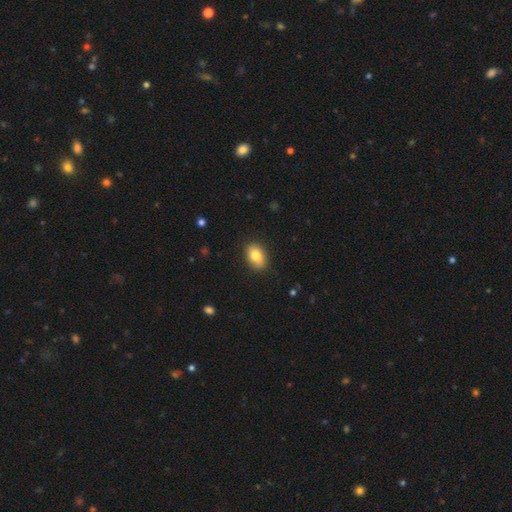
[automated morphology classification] smooth-or-featured: smooth: 81% | featured or disk: 11% | star or artifact: 8%
  how-rounded: in between: 84% | round: 15% | cigar-shaped: 1%
  merging: none: 87% | minor disturbance: 10% | major disturbance: 2% | merger: 1%